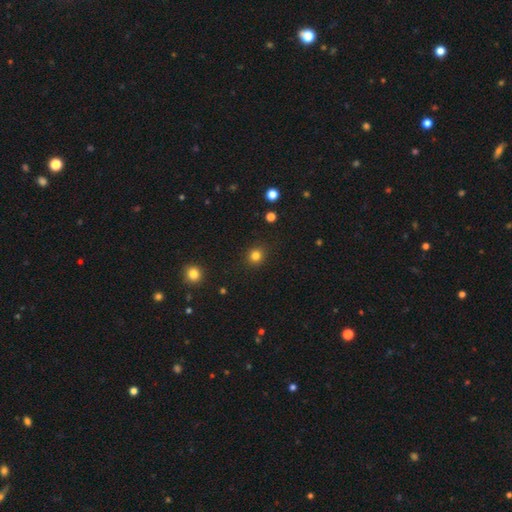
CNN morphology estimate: type=smooth (82%); roundness=round (89%); merging=none (90%).